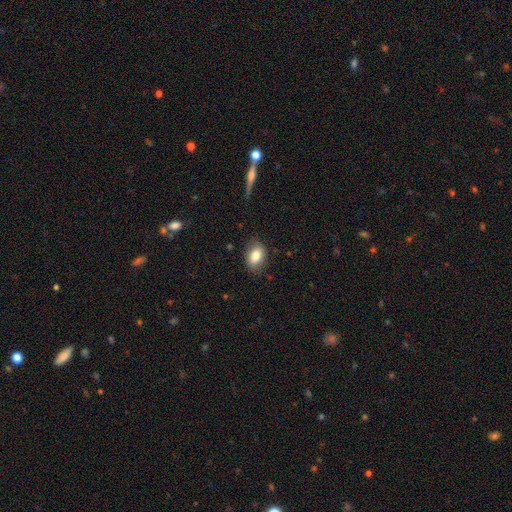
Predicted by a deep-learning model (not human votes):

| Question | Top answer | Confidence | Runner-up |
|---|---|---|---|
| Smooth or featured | smooth | 82% | featured or disk (10%) |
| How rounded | in between | 82% | round (16%) |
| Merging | none | 79% | minor disturbance (16%) |